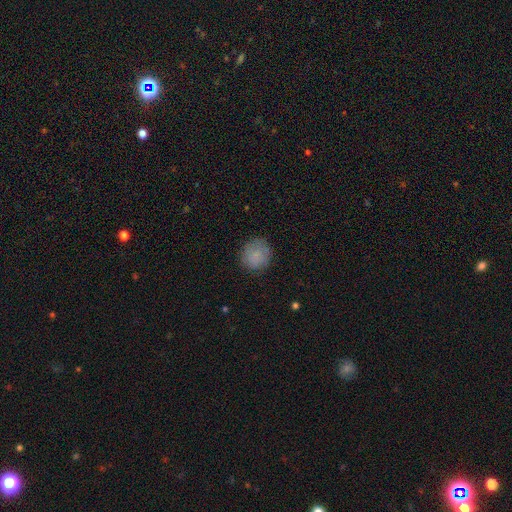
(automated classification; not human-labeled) smooth-or-featured: smooth: 81% | featured or disk: 11% | star or artifact: 8%
  how-rounded: round: 83% | in between: 16% | cigar-shaped: 1%
  merging: none: 79% | minor disturbance: 15% | major disturbance: 5% | merger: 1%